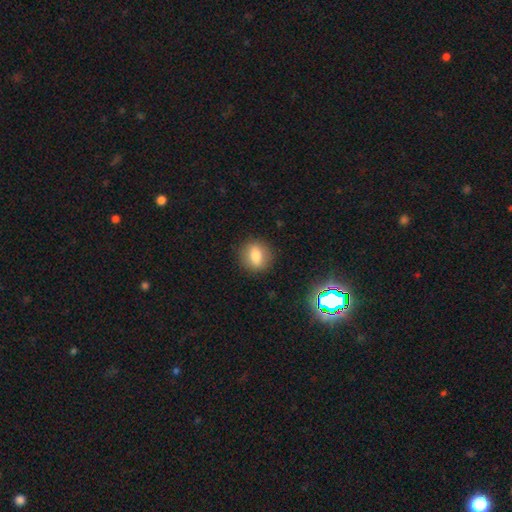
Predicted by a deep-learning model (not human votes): Smooth or featured: smooth — 75% (featured or disk — 14%)
How rounded: round — 61% (in between — 37%)
Merging: none — 87% (minor disturbance — 9%)